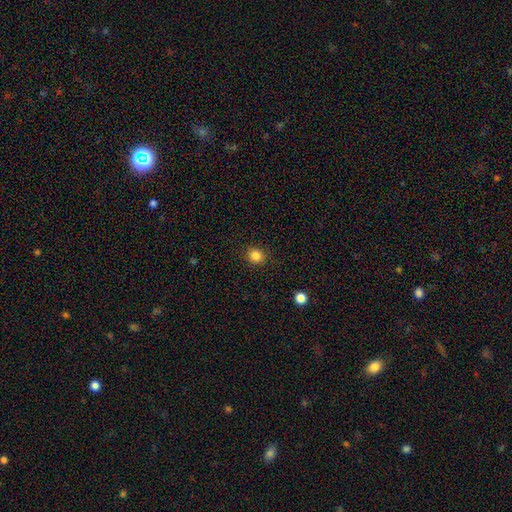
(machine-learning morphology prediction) A smooth galaxy with no disk features (84%) that is round (85%).

Vote fractions:
- Smooth or featured? smooth: 84% / star or artifact: 12% / featured or disk: 4%
- How rounded? round: 85% / in between: 14% / cigar-shaped: 1%
- Merging? none: 91% / minor disturbance: 6% / major disturbance: 2% / merger: 1%